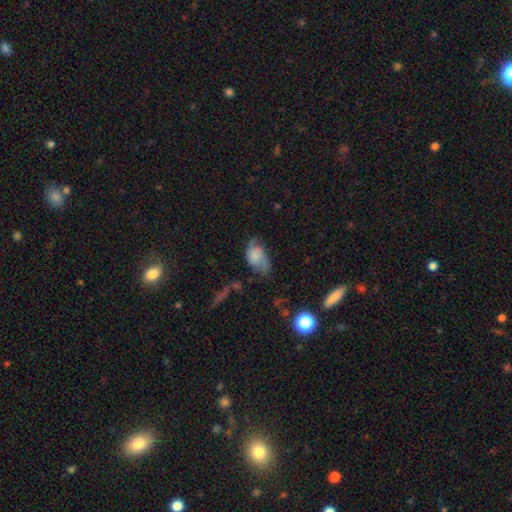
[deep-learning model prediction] Smooth or featured?
  - smooth: 57% *
  - featured or disk: 34%
  - star or artifact: 9%
How rounded?
  - in between: 88% *
  - round: 10%
  - cigar-shaped: 2%
Merging?
  - none: 40% *
  - minor disturbance: 35%
  - major disturbance: 22%
  - merger: 4%